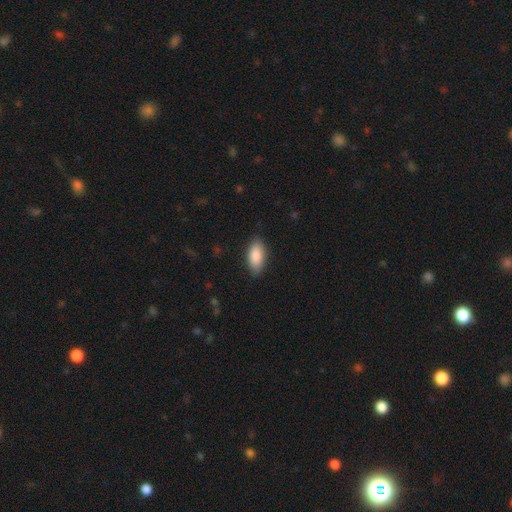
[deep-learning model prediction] smooth 88%, featured or disk 6%, star or artifact 6%. Down the decision tree: how rounded — in between (90%); merging — none (85%).